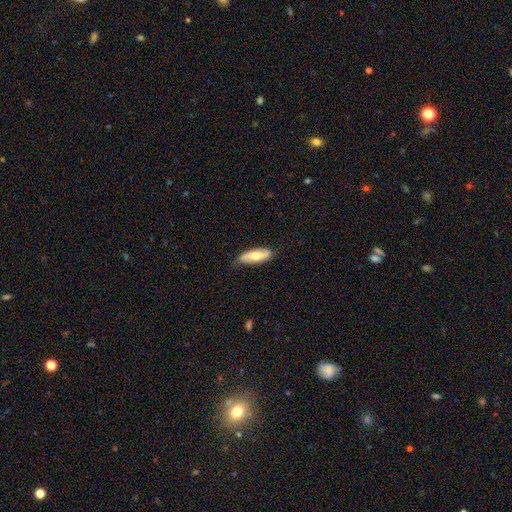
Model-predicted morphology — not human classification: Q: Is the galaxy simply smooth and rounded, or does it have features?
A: smooth — 60%.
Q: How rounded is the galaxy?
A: in between — 58%.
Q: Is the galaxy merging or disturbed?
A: none — 77%.